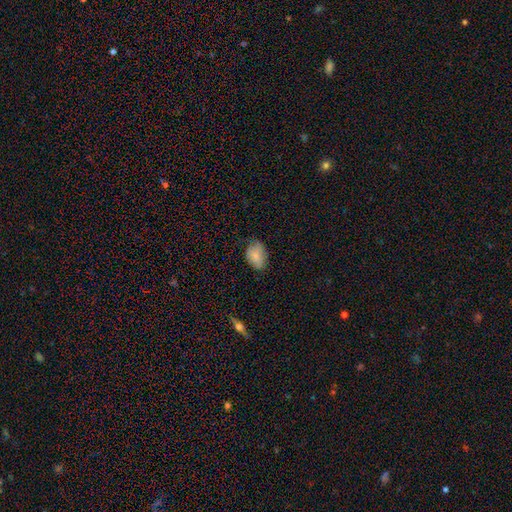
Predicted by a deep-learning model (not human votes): A smooth galaxy with no disk features (78%) that is in between round and cigar-shaped (84%).

Vote fractions:
- Smooth or featured? smooth: 78% / featured or disk: 15% / star or artifact: 8%
- How rounded? in between: 84% / round: 15% / cigar-shaped: 1%
- Merging? none: 56% / minor disturbance: 33% / major disturbance: 9% / merger: 1%